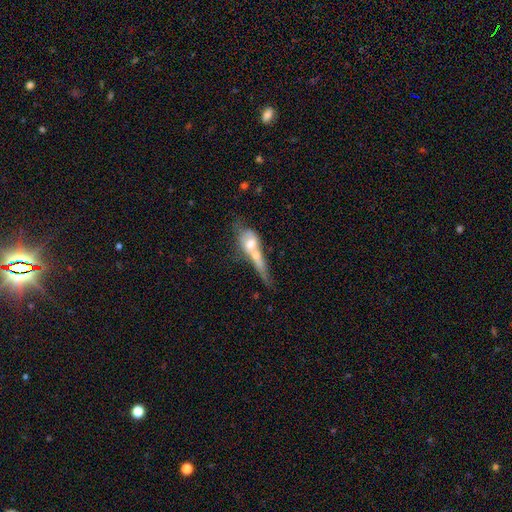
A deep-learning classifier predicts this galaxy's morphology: Smooth or featured? smooth (50%)
How rounded? in between (43%)
Merging? merger (63%)